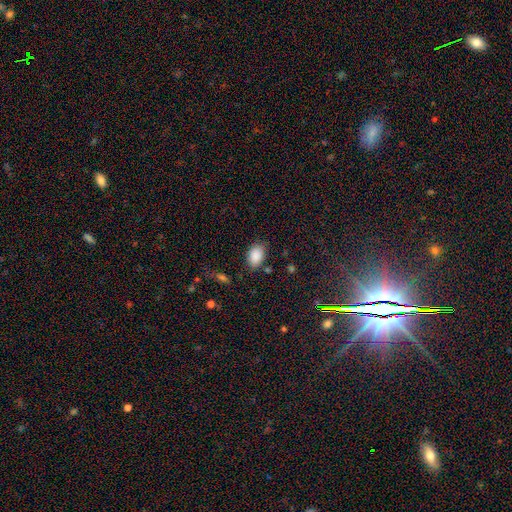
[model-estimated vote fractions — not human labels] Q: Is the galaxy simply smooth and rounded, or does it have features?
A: smooth — 88%.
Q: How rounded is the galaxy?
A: in between — 87%.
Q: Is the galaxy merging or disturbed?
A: none — 76%.